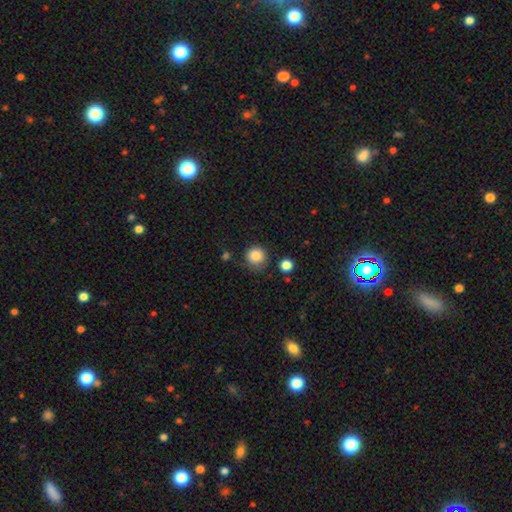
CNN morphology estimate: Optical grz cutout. It shows a smooth galaxy with no disk features (86%) that is round (92%). Merging: none (75%).